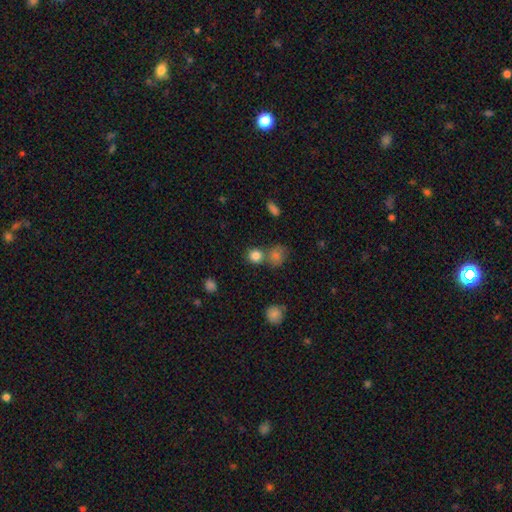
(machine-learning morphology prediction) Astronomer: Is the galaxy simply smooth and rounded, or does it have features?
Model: smooth — 82%.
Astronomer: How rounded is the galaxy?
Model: round — 85%.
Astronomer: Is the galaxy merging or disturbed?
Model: none — 62%.